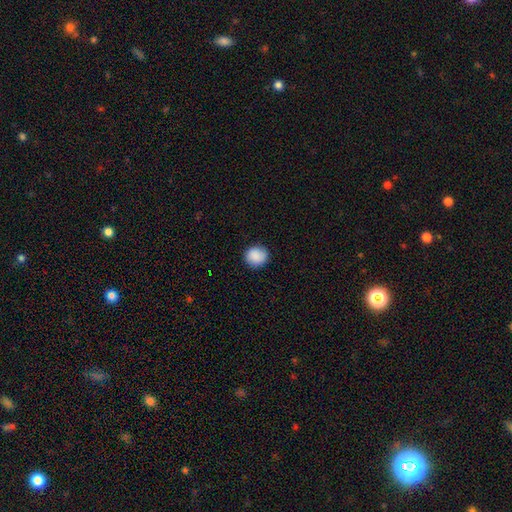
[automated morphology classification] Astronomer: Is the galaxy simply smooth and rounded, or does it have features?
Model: smooth — 89%.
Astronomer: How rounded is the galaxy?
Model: round — 89%.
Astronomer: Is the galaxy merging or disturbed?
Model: none — 90%.